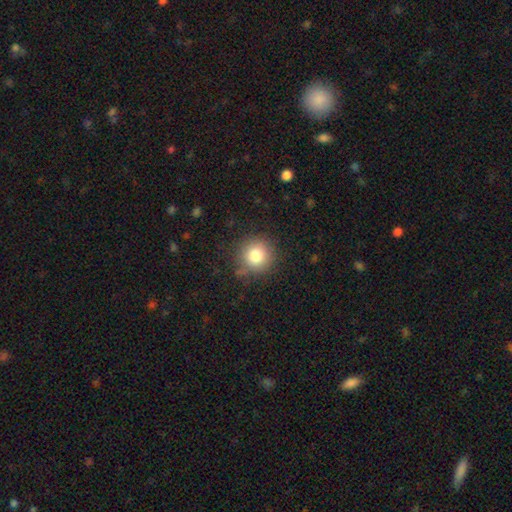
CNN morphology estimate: Smooth or featured? Predicted: smooth (p=0.81). How rounded? Predicted: round (p=0.93). Merging? Predicted: none (p=0.82).